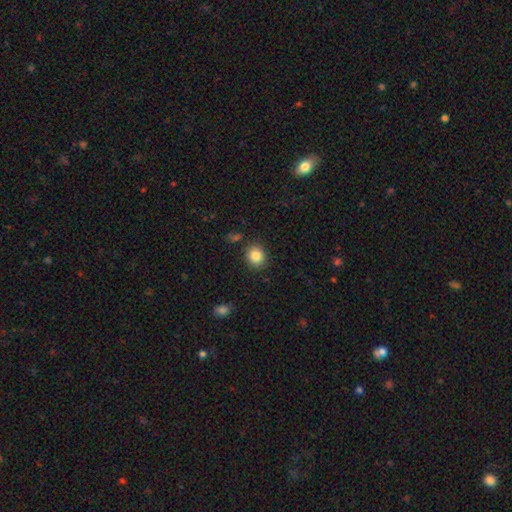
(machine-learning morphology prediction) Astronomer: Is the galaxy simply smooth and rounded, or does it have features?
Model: smooth — 85%.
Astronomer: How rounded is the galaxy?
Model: round — 78%.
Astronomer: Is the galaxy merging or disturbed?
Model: none — 87%.